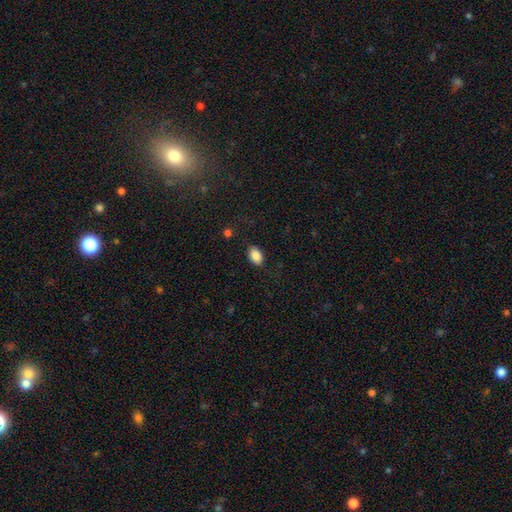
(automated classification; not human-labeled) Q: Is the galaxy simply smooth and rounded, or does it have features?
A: smooth — 88%.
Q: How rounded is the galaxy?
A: in between — 88%.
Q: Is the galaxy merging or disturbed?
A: none — 83%.